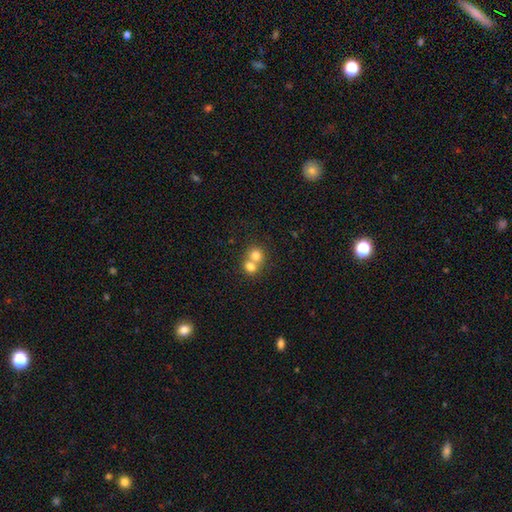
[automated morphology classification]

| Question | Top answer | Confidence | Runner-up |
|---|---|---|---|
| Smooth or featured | smooth | 76% | featured or disk (14%) |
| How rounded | round | 81% | in between (18%) |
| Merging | merger | 64% | none (30%) |